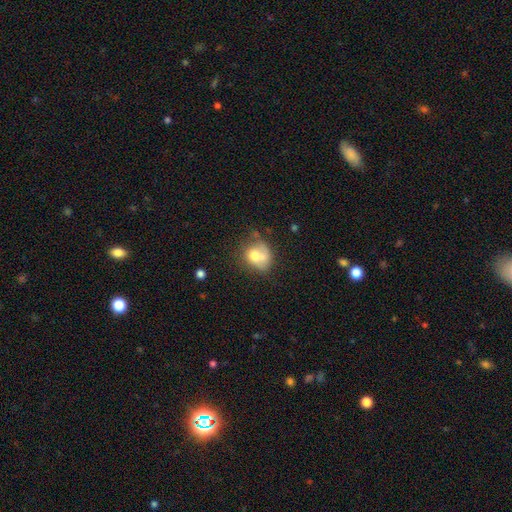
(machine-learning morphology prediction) Smooth or featured? Predicted: smooth (p=0.62). How rounded? Predicted: round (p=0.58). Merging? Predicted: none (p=0.34).